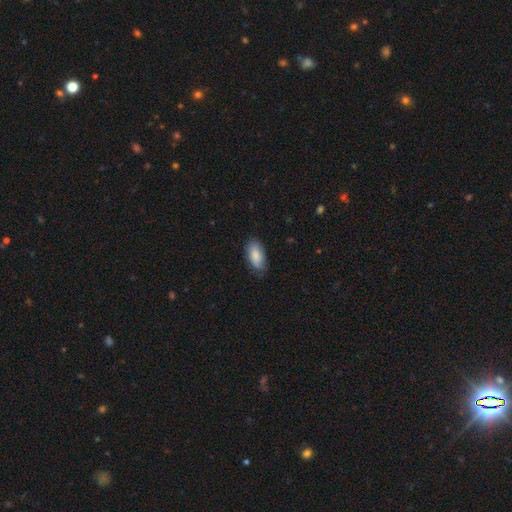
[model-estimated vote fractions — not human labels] This is clearly a smooth galaxy (85%). How rounded: clearly in between (93%). Merging: likely none (74%).